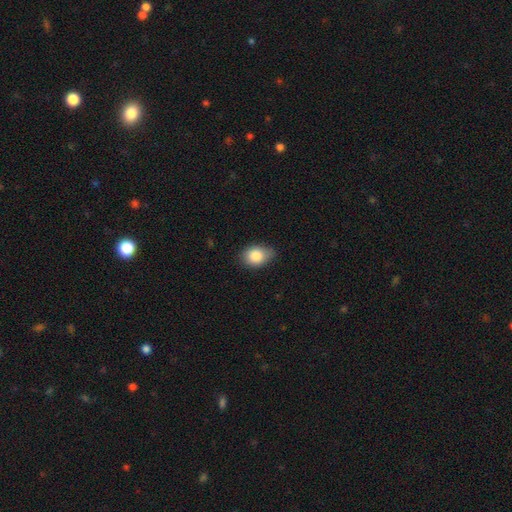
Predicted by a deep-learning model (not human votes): smooth-or-featured: smooth: 85% | star or artifact: 8% | featured or disk: 7%
  how-rounded: in between: 73% | round: 26% | cigar-shaped: 1%
  merging: none: 68% | minor disturbance: 27% | major disturbance: 4% | merger: 1%